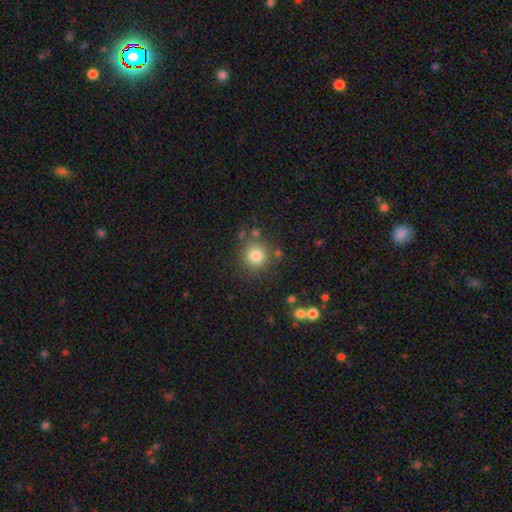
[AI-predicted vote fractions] A smooth galaxy with no disk features (80%) that is round (92%).

Vote fractions:
- Smooth or featured? smooth: 80% / star or artifact: 13% / featured or disk: 8%
- How rounded? round: 92% / in between: 7% / cigar-shaped: 1%
- Merging? none: 81% / minor disturbance: 10% / merger: 6% / major disturbance: 4%